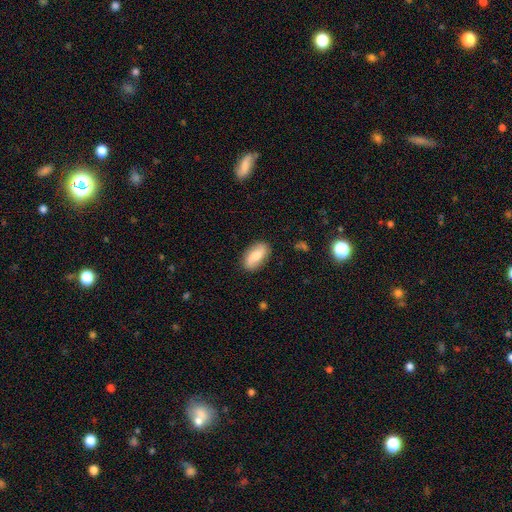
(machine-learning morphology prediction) A smooth galaxy with no disk features (57%) that is in between round and cigar-shaped (91%). Merging: none (83%).